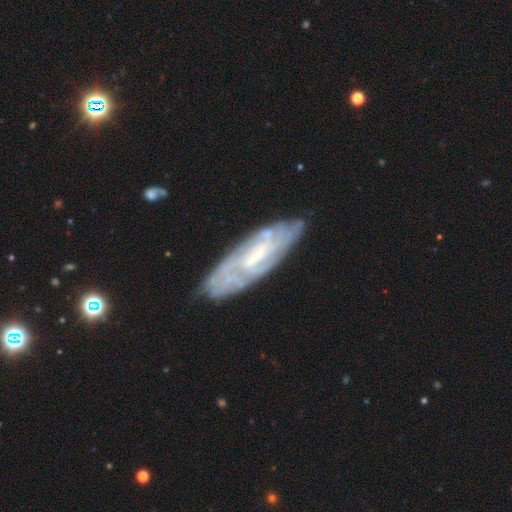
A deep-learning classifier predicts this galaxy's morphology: Overall: featured or disk (74%). Edge-on disk: no (78%). Bar: weak (45%; no 37%). Spiral arms: yes (77%). Bulge size: small (50%; moderate 33%). Merging: none (76%).